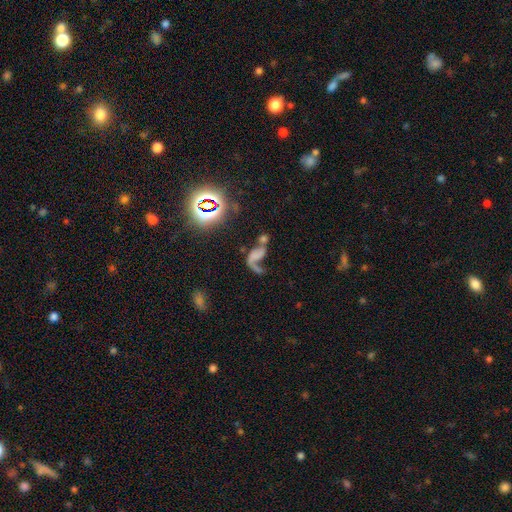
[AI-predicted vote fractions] This is possibly a featured or disk galaxy (56%). It is clearly not viewed edge-on (96%). Bar: likely no (69%). Spiral arm pattern: likely yes (66%). Central bulge: likely none (69%). Merging: marginally merger (37%).